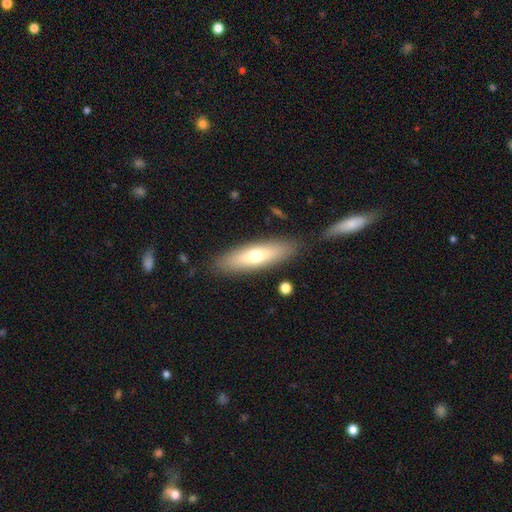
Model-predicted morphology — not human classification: Smooth or featured? Predicted: smooth (p=0.61). How rounded? Predicted: cigar-shaped (p=0.55). Merging? Predicted: none (p=0.85).